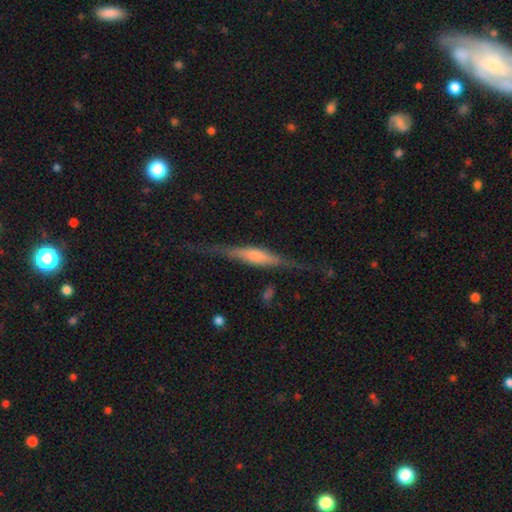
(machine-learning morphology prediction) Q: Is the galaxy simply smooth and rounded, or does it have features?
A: featured or disk — 71%.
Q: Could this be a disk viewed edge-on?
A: yes — 94%.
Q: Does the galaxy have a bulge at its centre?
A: rounded — 50%.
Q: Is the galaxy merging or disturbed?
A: none — 71%.